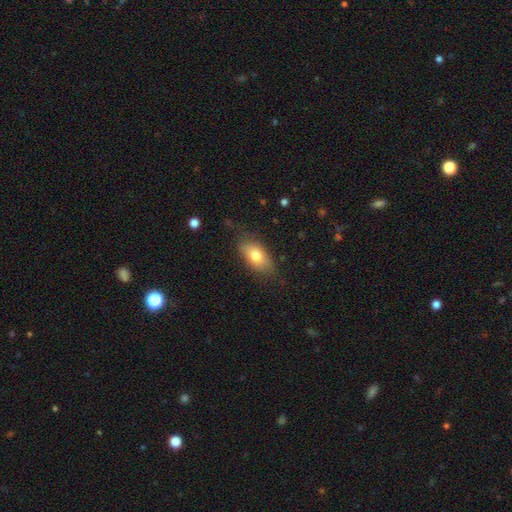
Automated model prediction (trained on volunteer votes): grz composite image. It shows a smooth galaxy with no disk features (76%) that is in between round and cigar-shaped (88%). Merging: none (75%).